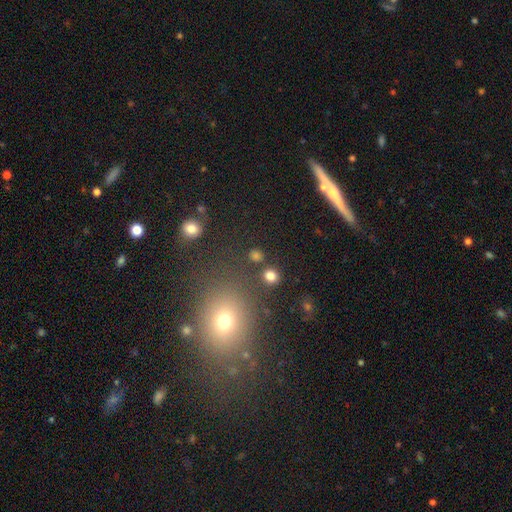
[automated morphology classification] A smooth galaxy with no disk features (70%) that is round (80%). Merging: none (80%).